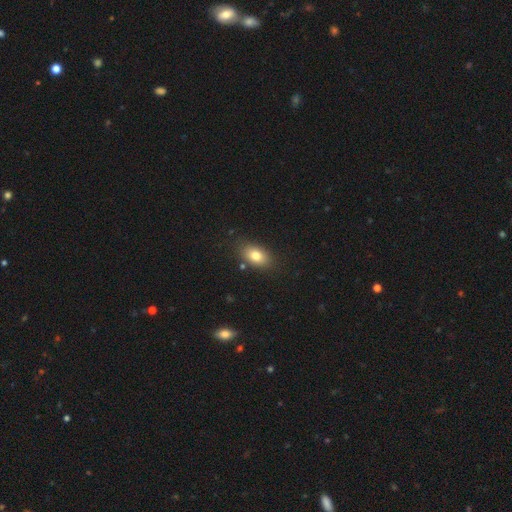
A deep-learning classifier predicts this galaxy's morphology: A smooth galaxy with no disk features (79%) that is in between round and cigar-shaped (84%). Merging: none (83%).